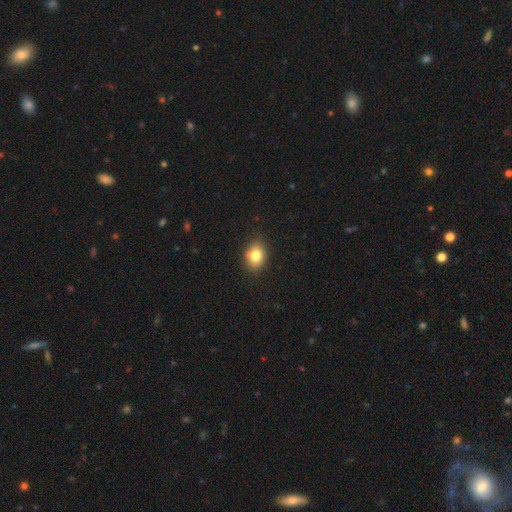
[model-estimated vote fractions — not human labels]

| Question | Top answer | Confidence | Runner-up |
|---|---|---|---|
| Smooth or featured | smooth | 81% | star or artifact (10%) |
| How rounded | in between | 60% | round (39%) |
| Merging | none | 85% | minor disturbance (12%) |